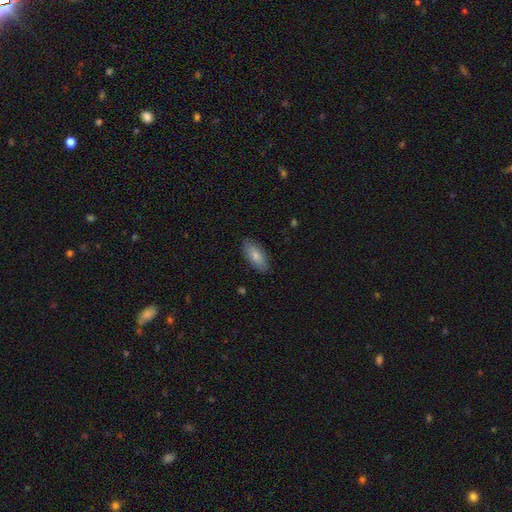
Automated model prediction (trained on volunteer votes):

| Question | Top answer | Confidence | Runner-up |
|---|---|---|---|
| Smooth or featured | smooth | 80% | featured or disk (15%) |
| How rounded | in between | 81% | cigar-shaped (16%) |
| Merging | none | 87% | minor disturbance (10%) |